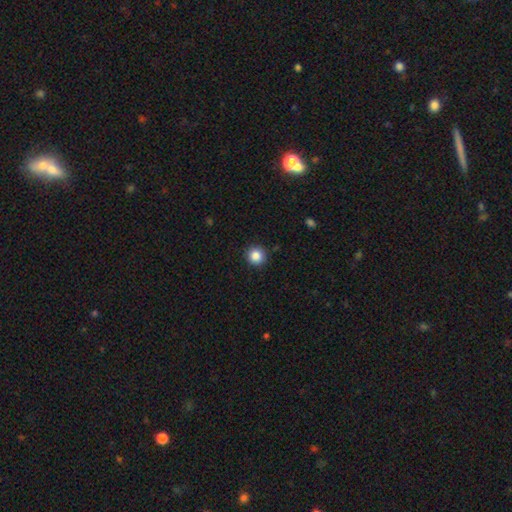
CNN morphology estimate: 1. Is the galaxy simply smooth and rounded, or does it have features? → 86% smooth, 10% star or artifact, 4% featured or disk.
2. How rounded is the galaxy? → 95% round, 4% in between, 1% cigar-shaped.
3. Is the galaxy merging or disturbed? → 92% none, 6% minor disturbance, 2% major disturbance, 1% merger.